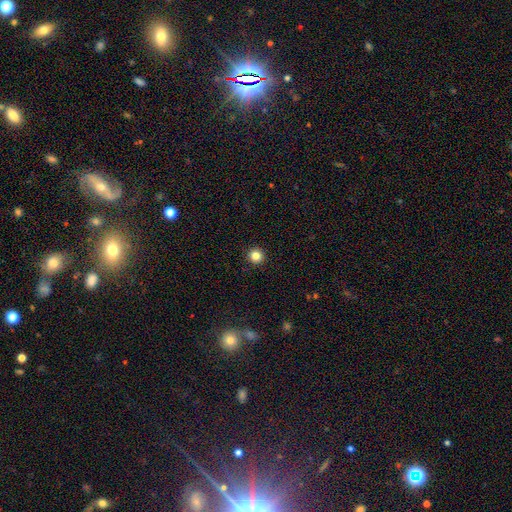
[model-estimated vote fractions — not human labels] Smooth or featured? smooth (83%)
How rounded? round (96%)
Merging? none (94%)